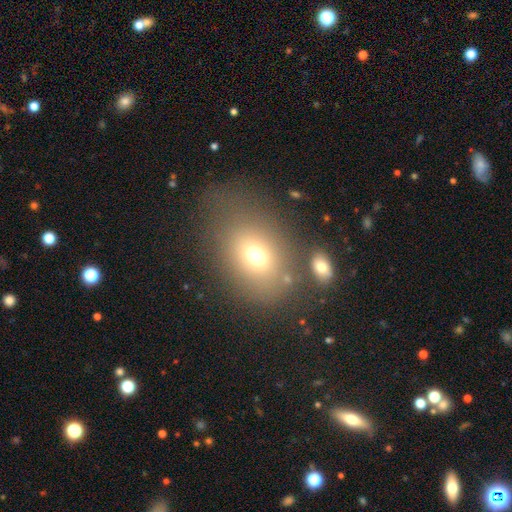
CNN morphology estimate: Smooth or featured? smooth (69%)
How rounded? in between (62%)
Merging? none (59%)